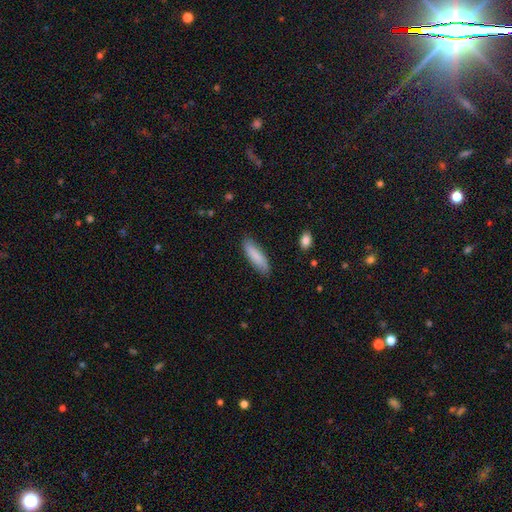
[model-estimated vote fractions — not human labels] Overall: smooth (84%). How rounded: cigar-shaped (62%; in between 37%). Merging: none (84%).